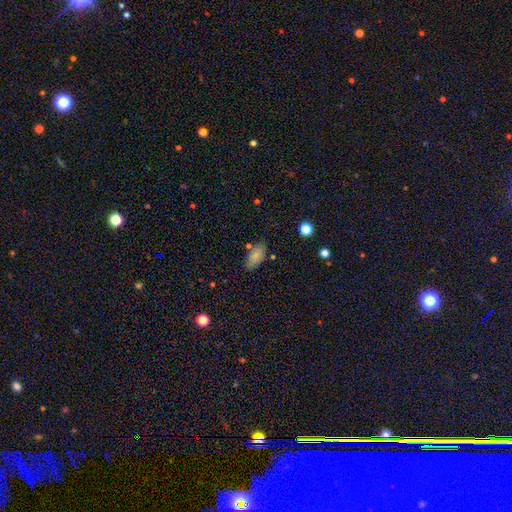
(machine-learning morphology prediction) smooth-or-featured: smooth: 83% | star or artifact: 9% | featured or disk: 8%
  how-rounded: in between: 90% | cigar-shaped: 7% | round: 3%
  merging: none: 76% | minor disturbance: 16% | merger: 5% | major disturbance: 4%